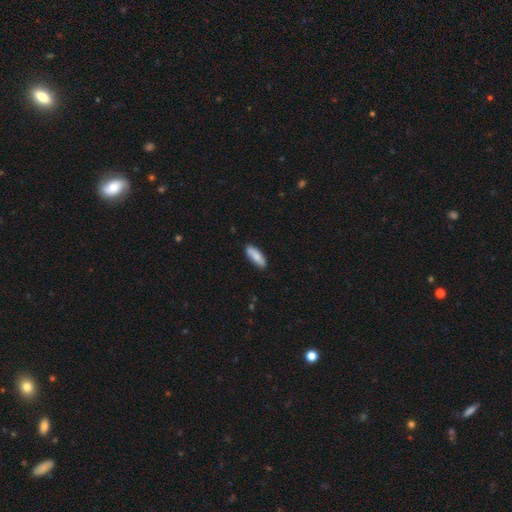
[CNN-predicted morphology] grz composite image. It shows a smooth galaxy with no disk features (85%) that is in between round and cigar-shaped (60%). Merging: none (87%).